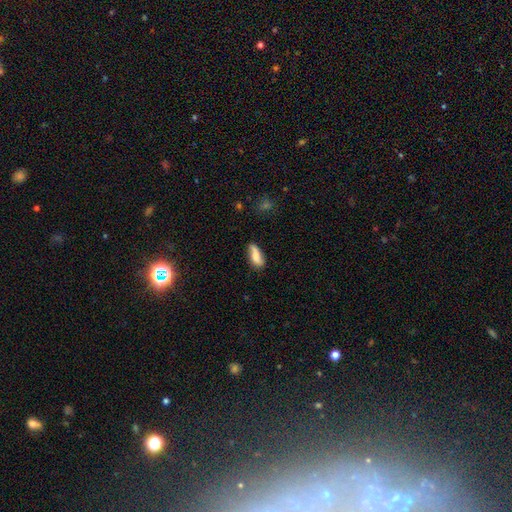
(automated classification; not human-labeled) Overall: smooth (77%). How rounded: in between (73%). Merging: none (60%; minor disturbance 28%).